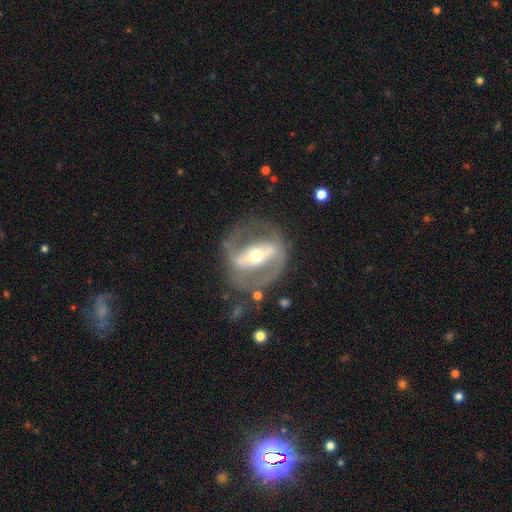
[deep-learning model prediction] Smooth or featured: featured or disk — 83% (smooth — 12%)
Edge-on disk: no — 92% (yes — 8%)
Bar: strong — 69% (weak — 18%)
Spiral arms: yes — 70% (no — 30%)
Spiral winding: medium — 47% (tight — 31%)
Spiral arm count: 2 — 83% (can't tell — 9%)
Bulge size: moderate — 60% (small — 31%)
Merging: none — 70% (minor disturbance — 15%)